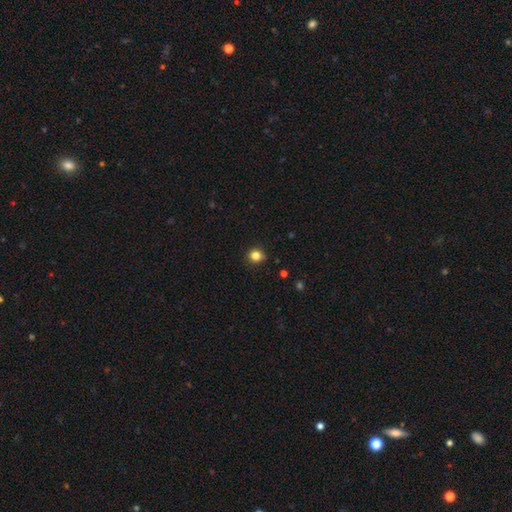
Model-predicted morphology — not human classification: smooth_or_featured: smooth (p=0.82) [alt: star or artifact p=0.13]
how_rounded: round (p=0.88) [alt: in between p=0.11]
merging: none (p=0.87) [alt: minor disturbance p=0.10]